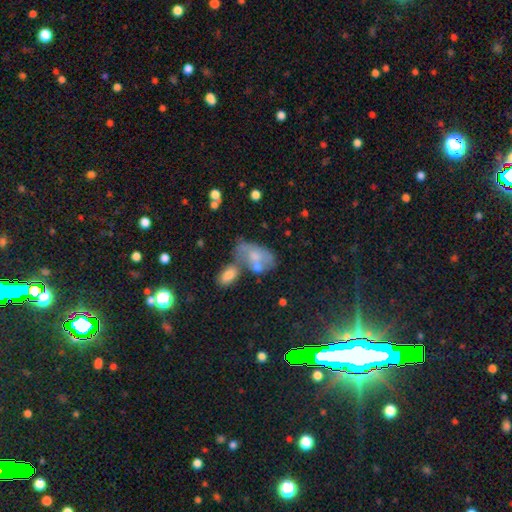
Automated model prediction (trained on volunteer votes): Smooth or featured? smooth (56%)
How rounded? in between (89%)
Merging? merger (38%)